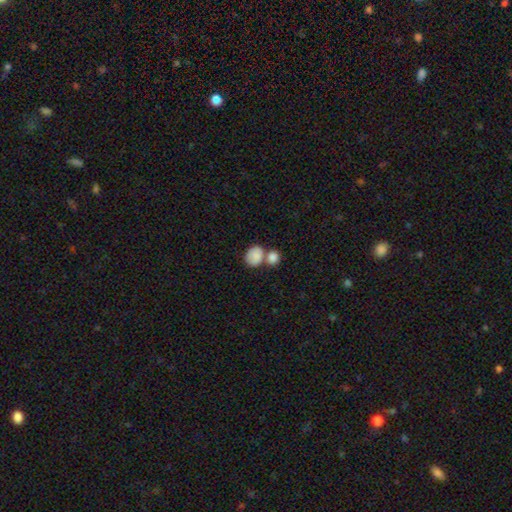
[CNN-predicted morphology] Overall: smooth (85%). How rounded: in between (53%; round 46%). Merging: merger (46%; none 38%).